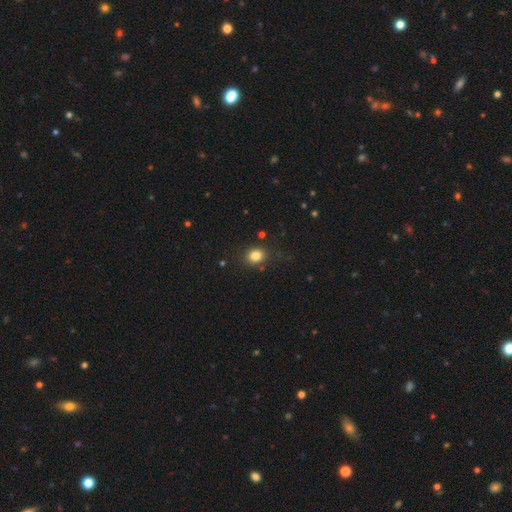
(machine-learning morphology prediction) Overall: smooth (83%). How rounded: round (64%; in between 35%). Merging: none (84%).